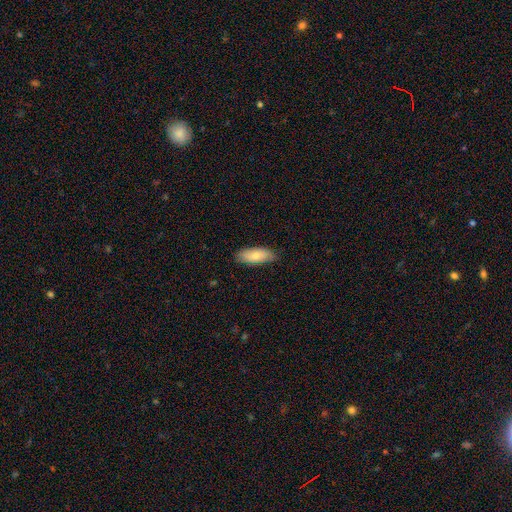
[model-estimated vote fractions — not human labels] Q: Smooth or featured?
A: smooth (73%); runner-up: featured or disk (21%)
Q: How rounded?
A: in between (79%); runner-up: cigar-shaped (19%)
Q: Merging?
A: none (84%); runner-up: minor disturbance (13%)